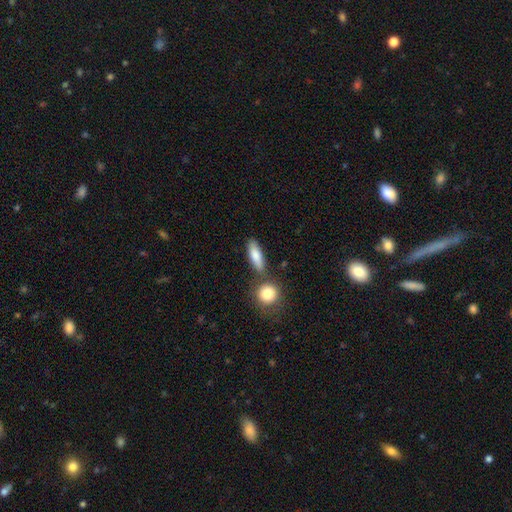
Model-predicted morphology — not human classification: type=smooth (81%); roundness=in between (60%); merging=none (69%).